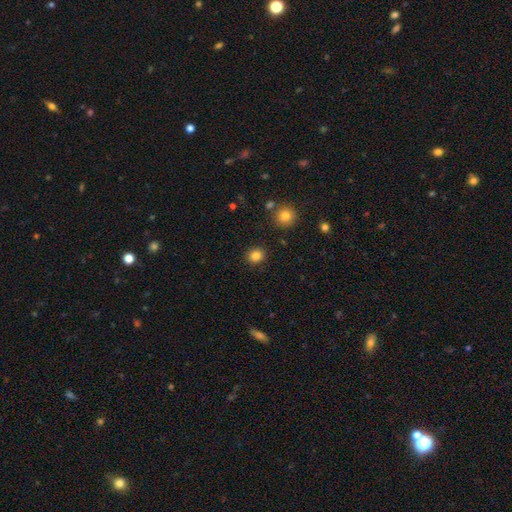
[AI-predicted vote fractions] Smooth or featured? smooth (85%)
How rounded? round (73%)
Merging? none (89%)